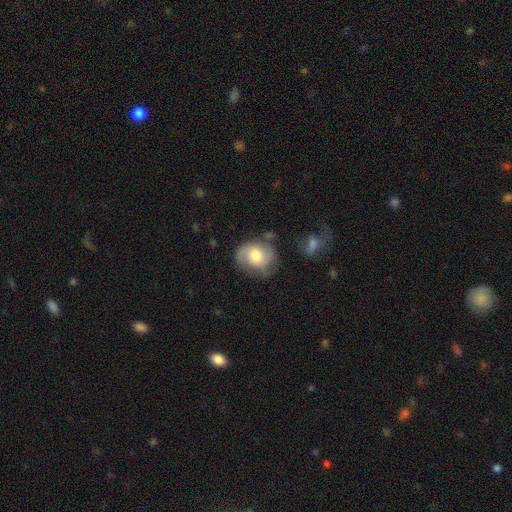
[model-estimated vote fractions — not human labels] This appears to be a featured or disk galaxy (48%). Merging: none (62%).